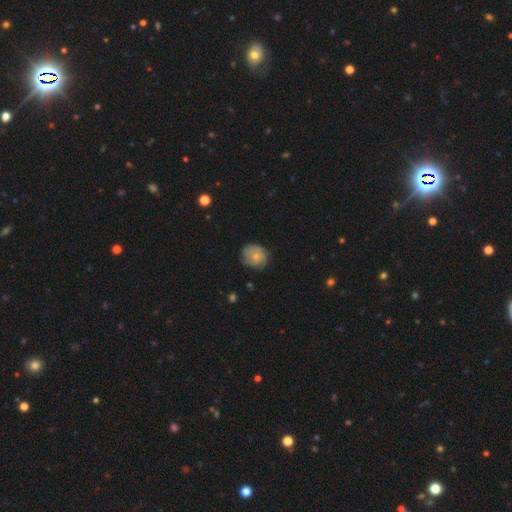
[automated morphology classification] smooth 47%, featured or disk 45%, star or artifact 8%. Down the decision tree: merging — none (73%).